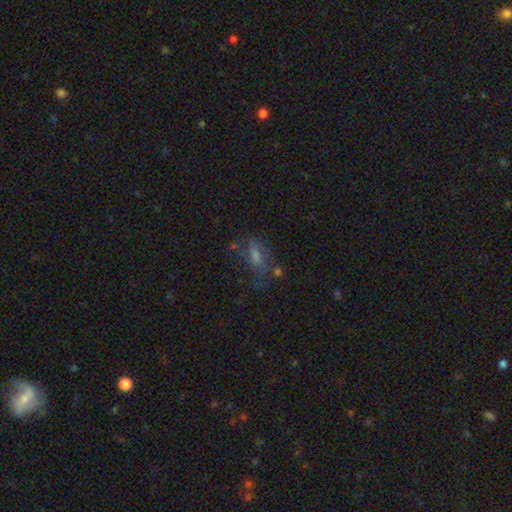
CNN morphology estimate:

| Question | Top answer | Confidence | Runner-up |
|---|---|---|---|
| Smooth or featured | smooth | 52% | featured or disk (30%) |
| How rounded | in between | 70% | cigar-shaped (22%) |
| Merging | none | 52% | minor disturbance (22%) |